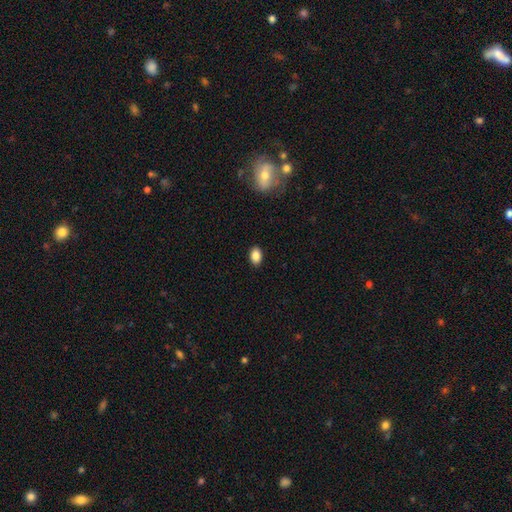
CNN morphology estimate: The model was most divided on "how rounded": in between: 86%, round: 13%, cigar-shaped: 1%. More confident: merging — none (89%); smooth or featured — smooth (87%).